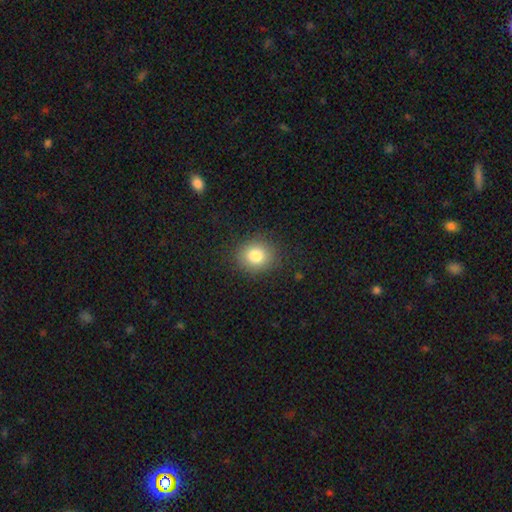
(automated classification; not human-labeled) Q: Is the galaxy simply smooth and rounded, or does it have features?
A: smooth — 81%.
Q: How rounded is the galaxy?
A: round — 77%.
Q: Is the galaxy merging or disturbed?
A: none — 86%.